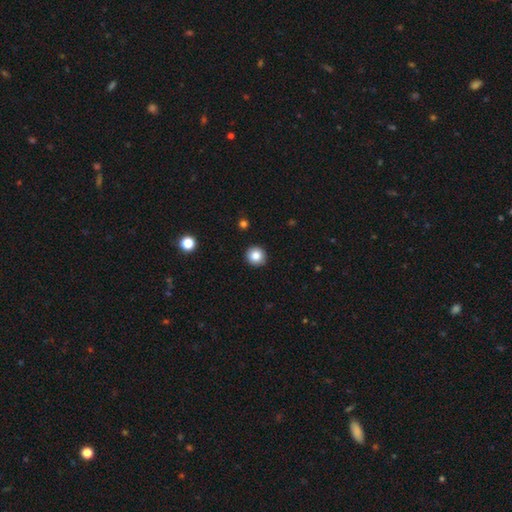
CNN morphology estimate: type=smooth (85%); roundness=round (94%); merging=none (92%).